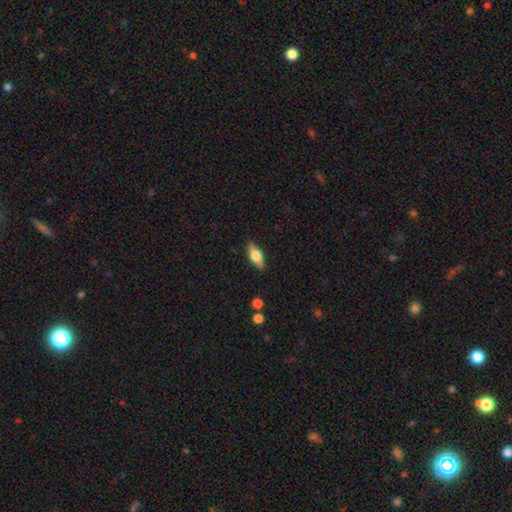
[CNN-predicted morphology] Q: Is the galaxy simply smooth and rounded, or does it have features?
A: smooth — 57%.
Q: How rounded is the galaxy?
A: in between — 76%.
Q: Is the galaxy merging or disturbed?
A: none — 86%.